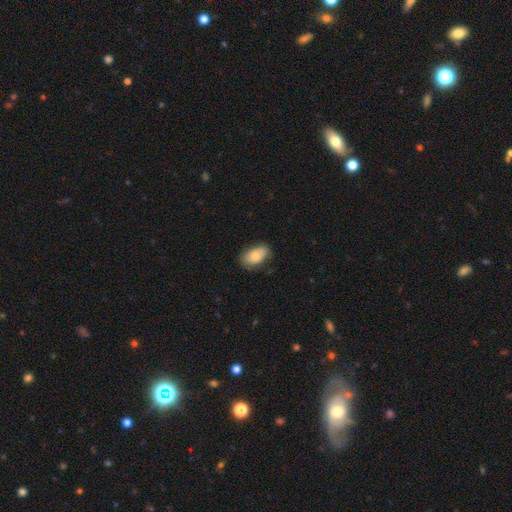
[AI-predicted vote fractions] smooth-or-featured: smooth: 79% | featured or disk: 15% | star or artifact: 7%
  how-rounded: in between: 91% | round: 7% | cigar-shaped: 2%
  merging: none: 70% | minor disturbance: 23% | major disturbance: 5% | merger: 1%